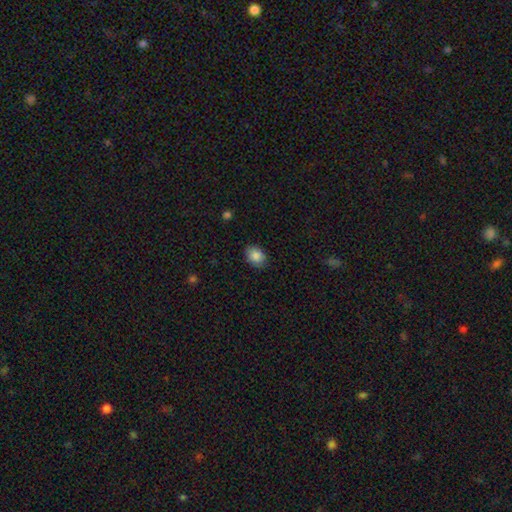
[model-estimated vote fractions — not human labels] Smooth or featured?
  - smooth: 87% *
  - star or artifact: 8%
  - featured or disk: 5%
How rounded?
  - in between: 63% *
  - round: 36%
  - cigar-shaped: 1%
Merging?
  - none: 86% *
  - minor disturbance: 11%
  - major disturbance: 2%
  - merger: 1%